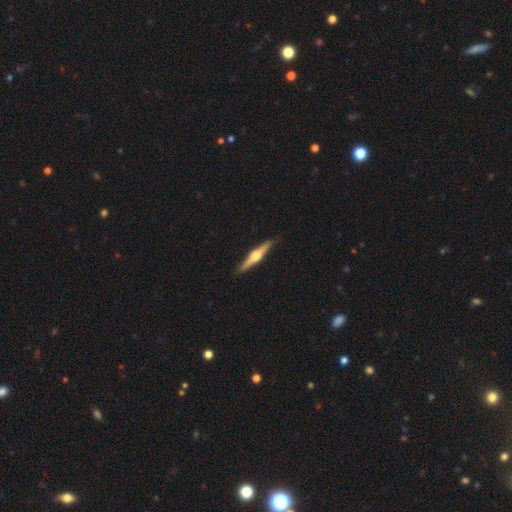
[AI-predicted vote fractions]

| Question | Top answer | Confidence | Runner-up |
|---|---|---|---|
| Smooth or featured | featured or disk | 77% | smooth (19%) |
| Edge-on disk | yes | 98% | no (2%) |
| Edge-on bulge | rounded | 94% | boxy (4%) |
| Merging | none | 91% | minor disturbance (6%) |